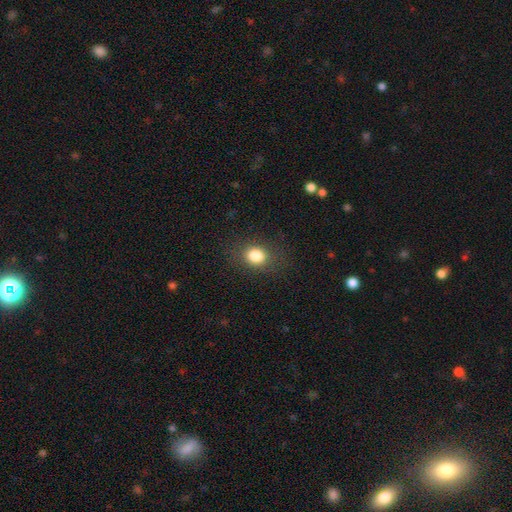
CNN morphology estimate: smooth-or-featured: smooth: 83% | star or artifact: 11% | featured or disk: 6%
  how-rounded: round: 55% | in between: 44% | cigar-shaped: 1%
  merging: none: 82% | minor disturbance: 12% | major disturbance: 5% | merger: 1%